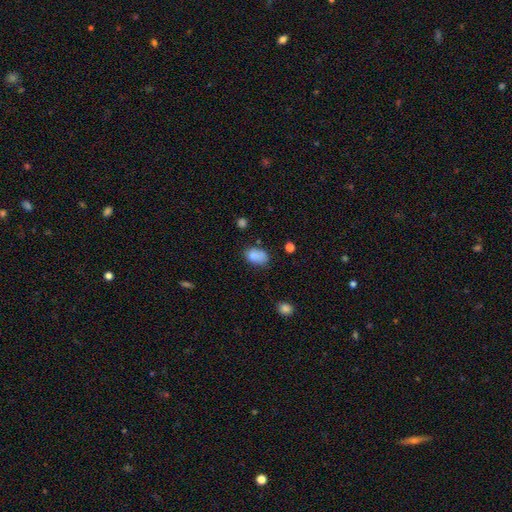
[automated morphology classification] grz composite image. It shows a smooth galaxy with no disk features (82%) that is in between round and cigar-shaped (84%). Merging: none (56%).